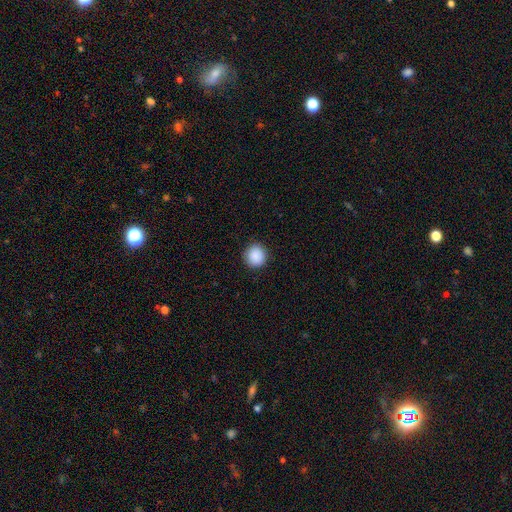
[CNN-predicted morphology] Overall: smooth (89%). How rounded: round (93%). Merging: none (92%).